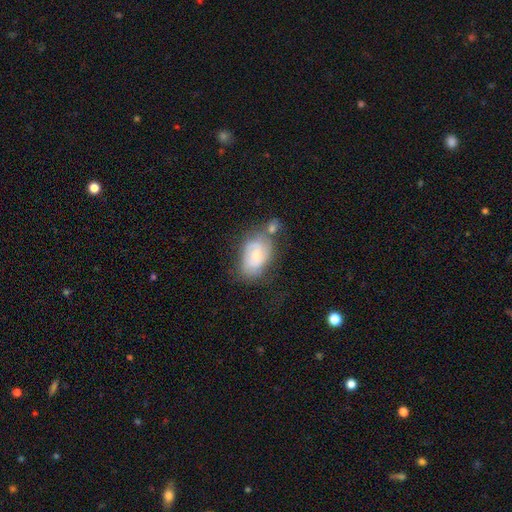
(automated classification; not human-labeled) Q: Smooth or featured?
A: featured or disk (48%); runner-up: smooth (45%)
Q: Merging?
A: none (39%); runner-up: minor disturbance (25%)